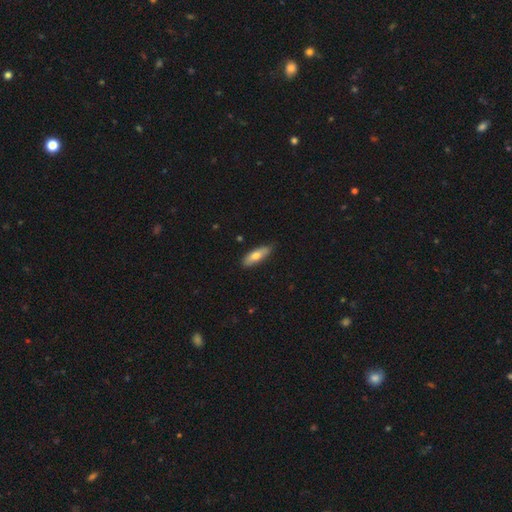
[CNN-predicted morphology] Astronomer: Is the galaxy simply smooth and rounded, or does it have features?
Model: smooth — 69%.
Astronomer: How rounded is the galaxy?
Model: in between — 55% (runner-up: cigar-shaped, 42%).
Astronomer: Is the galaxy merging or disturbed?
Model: none — 79%.